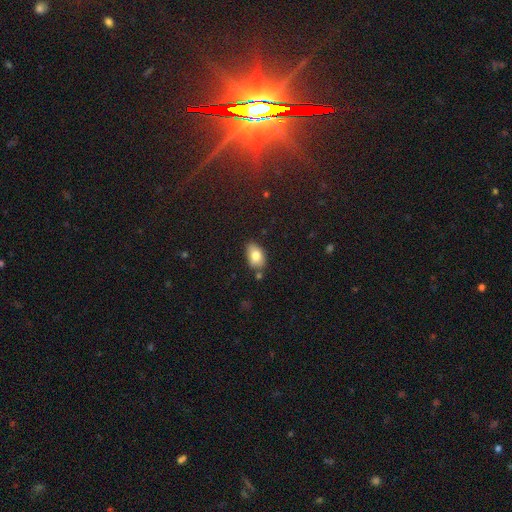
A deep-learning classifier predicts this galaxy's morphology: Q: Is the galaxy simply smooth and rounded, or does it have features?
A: smooth — 79%.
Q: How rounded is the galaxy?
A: in between — 89%.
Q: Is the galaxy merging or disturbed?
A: none — 72%.